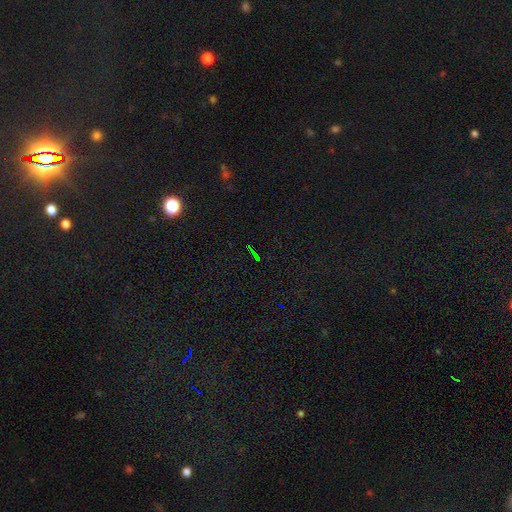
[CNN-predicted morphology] The model was most divided on "smooth or featured": star or artifact: 74%, smooth: 15%, featured or disk: 11%.